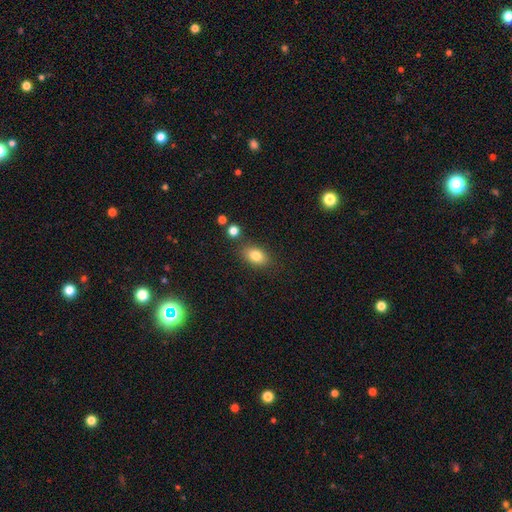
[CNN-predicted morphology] Smooth or featured?
  - smooth: 81% *
  - star or artifact: 10%
  - featured or disk: 9%
How rounded?
  - in between: 80% *
  - round: 18%
  - cigar-shaped: 2%
Merging?
  - none: 80% *
  - minor disturbance: 12%
  - merger: 5%
  - major disturbance: 3%